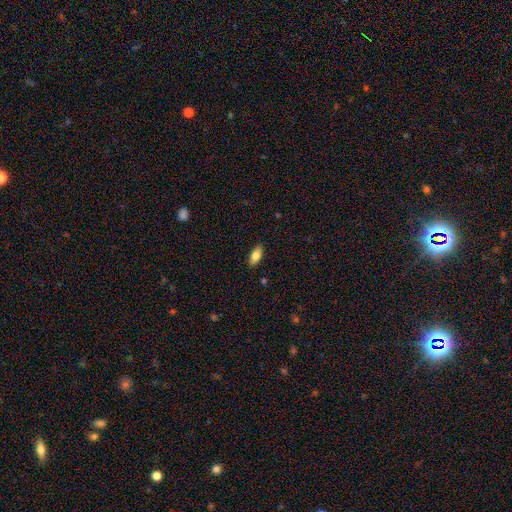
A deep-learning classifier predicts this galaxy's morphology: A smooth galaxy with no disk features (79%) that is in between round and cigar-shaped (87%). Merging: none (87%).